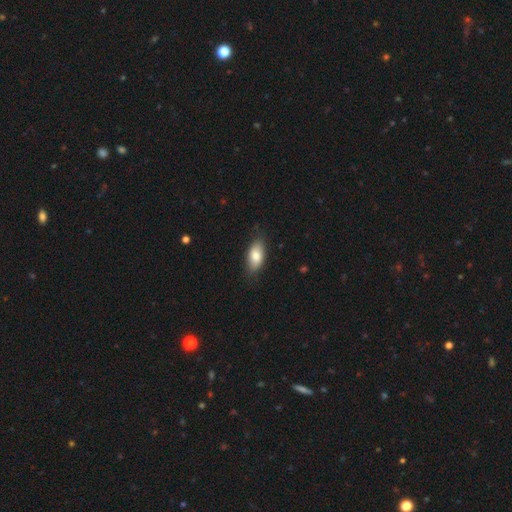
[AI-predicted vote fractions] smooth_or_featured: smooth (p=0.80) [alt: featured or disk p=0.13]
how_rounded: in between (p=0.90) [alt: cigar-shaped p=0.06]
merging: none (p=0.81) [alt: minor disturbance p=0.15]